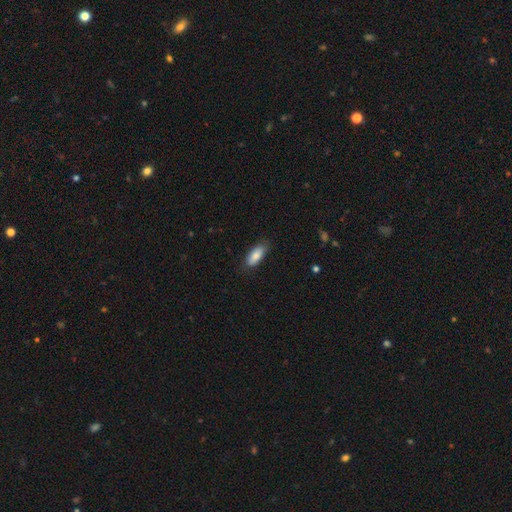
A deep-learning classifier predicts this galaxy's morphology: A smooth galaxy with no disk features (84%) that is in between round and cigar-shaped (80%). Merging: none (81%).